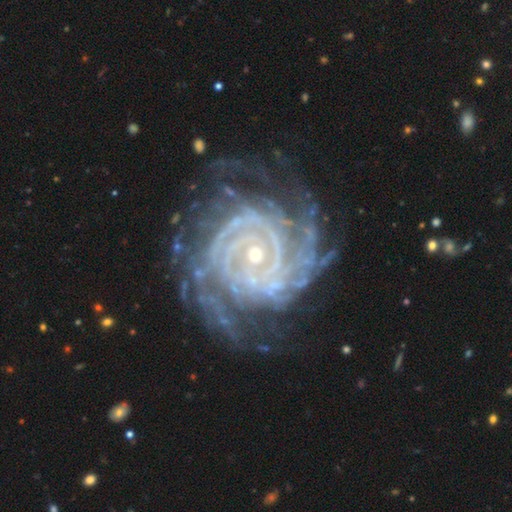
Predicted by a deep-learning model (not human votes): Smooth or featured? Predicted: featured or disk (p=0.91). Edge-on disk? Predicted: no (p=0.98). Bar? Predicted: no (p=0.61). Spiral arms? Predicted: yes (p=0.98). Spiral winding? Predicted: tight (p=0.83). Spiral arm count? Predicted: 2 (p=0.21). Bulge size? Predicted: small (p=0.76). Merging? Predicted: none (p=0.71).